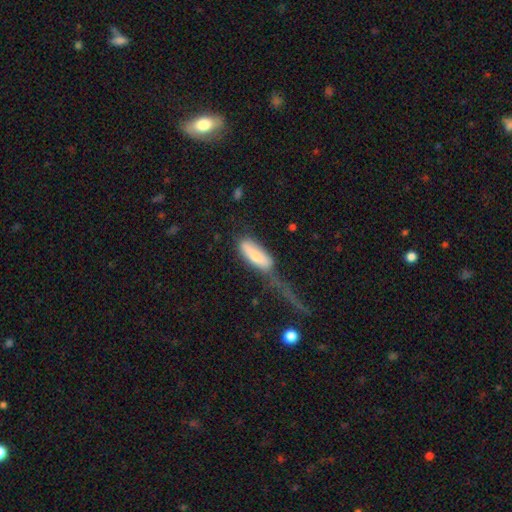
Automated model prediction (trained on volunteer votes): This appears to be a smooth galaxy with no disk features (70%) that is in between round and cigar-shaped (71%). Merging: major disturbance (40%).